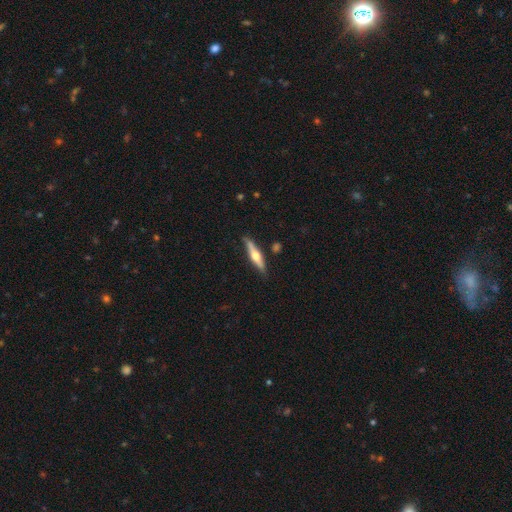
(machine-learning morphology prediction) type=featured or disk (58%); edge-on=yes (95%); edge-on bulge=rounded (93%); merging=none (82%).